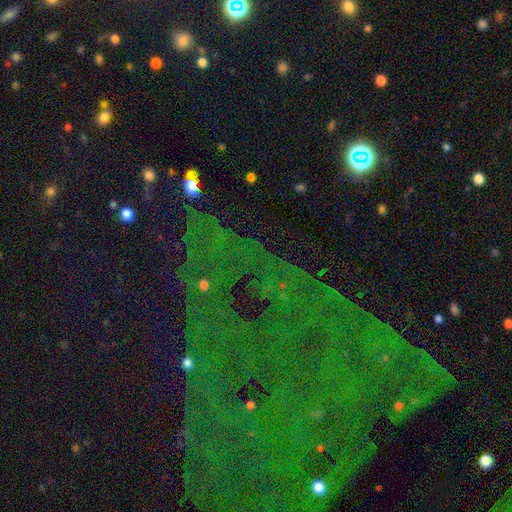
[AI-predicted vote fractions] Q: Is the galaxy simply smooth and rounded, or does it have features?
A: star or artifact — 80%.